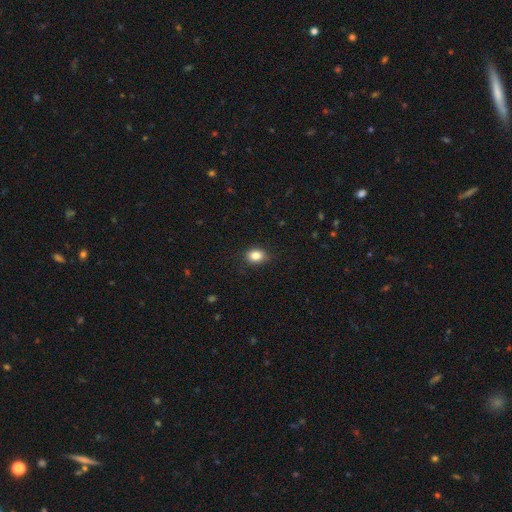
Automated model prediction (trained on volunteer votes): This is clearly a smooth galaxy (85%). How rounded: possibly in between (59%). Merging: clearly none (85%).